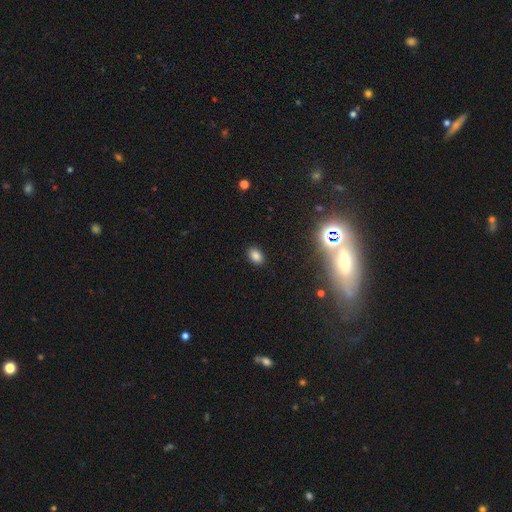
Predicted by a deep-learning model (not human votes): smooth-or-featured: smooth: 81% | star or artifact: 14% | featured or disk: 5%
  how-rounded: in between: 84% | round: 15% | cigar-shaped: 1%
  merging: none: 89% | minor disturbance: 8% | major disturbance: 2% | merger: 1%